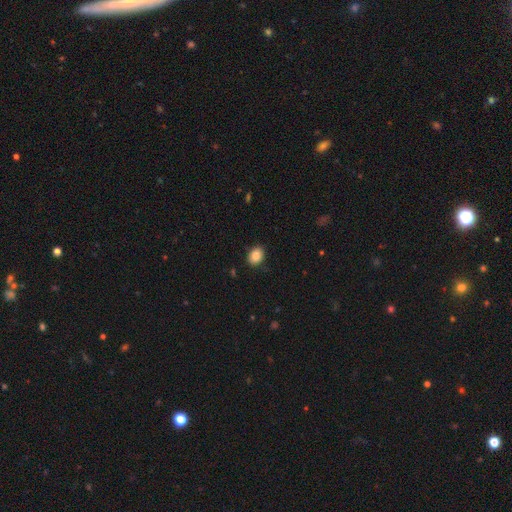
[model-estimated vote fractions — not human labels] A smooth galaxy with no disk features (86%) that is in between round and cigar-shaped (68%). Merging: none (87%).